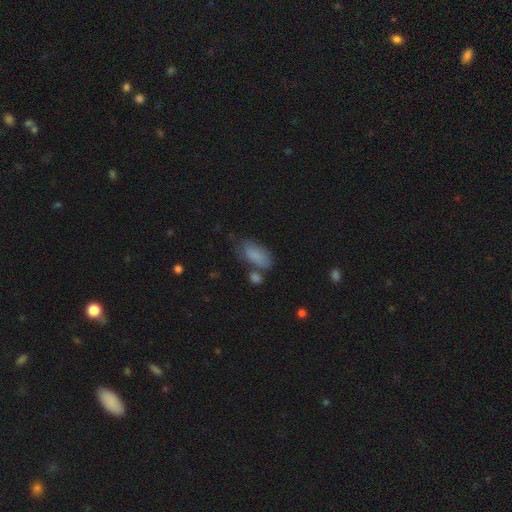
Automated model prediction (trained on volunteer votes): smooth_or_featured: smooth (p=0.81) [alt: featured or disk p=0.11]
how_rounded: in between (p=0.87) [alt: cigar-shaped p=0.10]
merging: none (p=0.49) [alt: minor disturbance p=0.27]